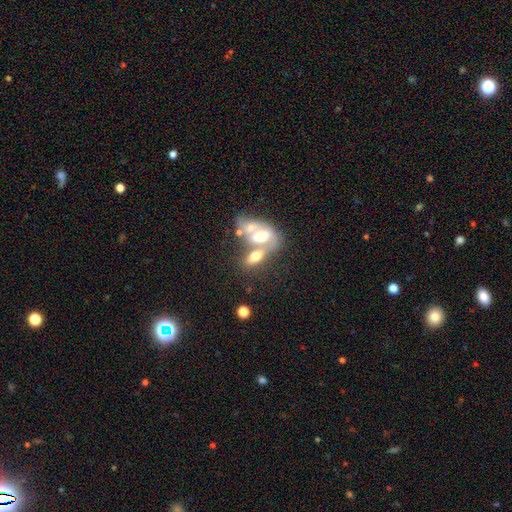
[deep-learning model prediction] A smooth galaxy with no disk features (53%) that is in between round and cigar-shaped (84%). Merging: merger (66%).